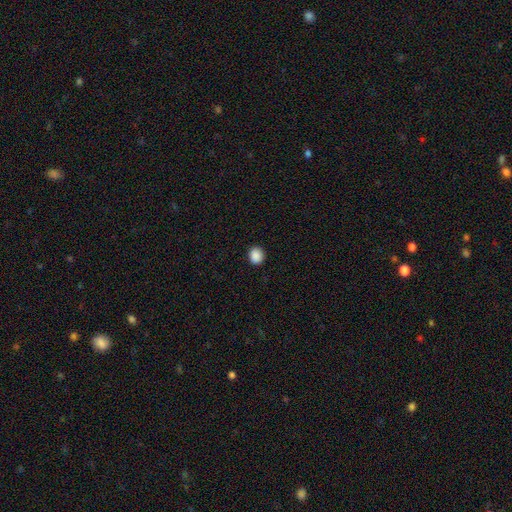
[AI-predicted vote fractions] This is clearly a smooth galaxy (89%). How rounded: likely round (72%). Merging: clearly none (91%).